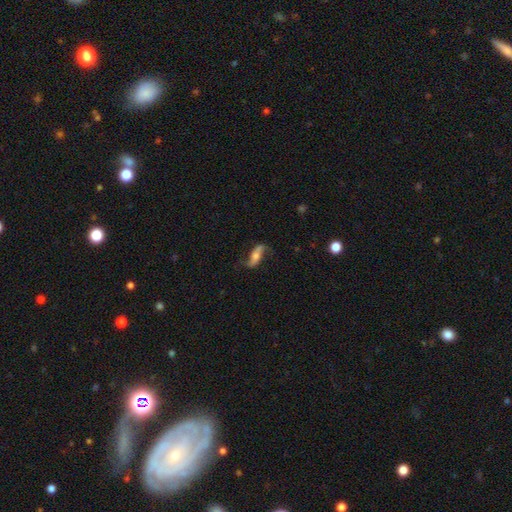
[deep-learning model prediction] A featured or disk galaxy (69%) with no bar (46%), 2 (91%) loose (80%) spiral arms (91%) and a moderate central bulge (48%).

Vote fractions:
- Smooth or featured? featured or disk: 69% / smooth: 23% / star or artifact: 7%
- Edge-on disk? no: 82% / yes: 18%
- Bar? no: 46% / weak: 29% / strong: 25%
- Spiral arms? yes: 91% / no: 9%
- Spiral winding? loose: 80% / medium: 15% / tight: 5%
- Spiral arm count? 2: 91% / can't tell: 3% / 1: 3% / 3: 1% / 4: 1% / more than 4: 1%
- Bulge size? moderate: 48% / small: 27% / large: 15% / none: 8% / dominant: 3%
- Merging? none: 71% / minor disturbance: 18% / major disturbance: 9% / merger: 2%